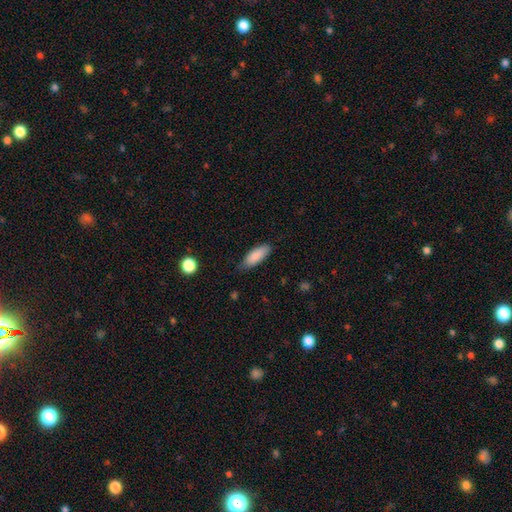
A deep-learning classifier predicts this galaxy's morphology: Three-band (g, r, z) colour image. It shows a smooth galaxy with no disk features (87%) that is in between round and cigar-shaped (69%). Merging: none (77%).